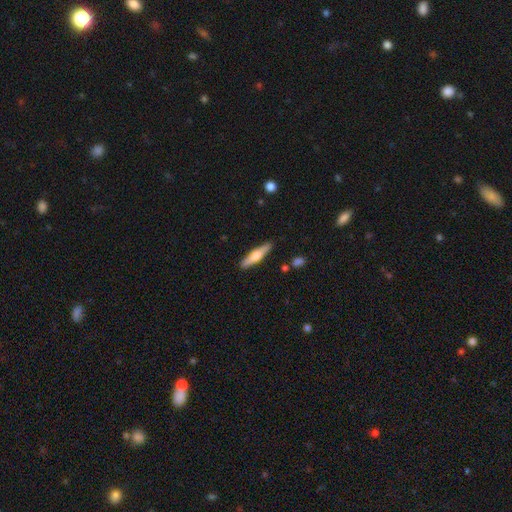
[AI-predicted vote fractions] A featured or disk galaxy (50%) viewed edge-on (95%).

Vote fractions:
- Smooth or featured? featured or disk: 50% / smooth: 44% / star or artifact: 5%
- Edge-on disk? yes: 95% / no: 5%
- Merging? none: 89% / minor disturbance: 8% / merger: 2% / major disturbance: 2%